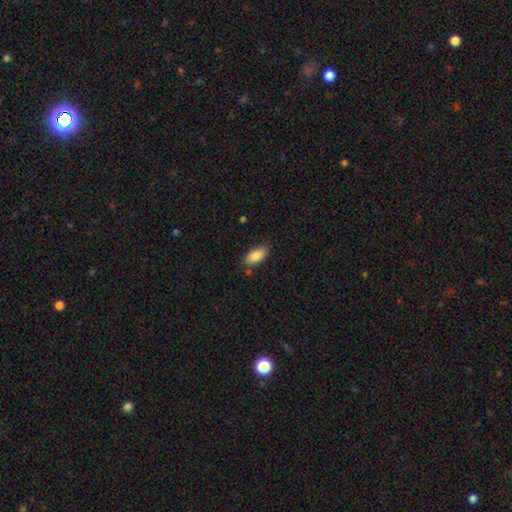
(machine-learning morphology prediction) This is clearly a smooth galaxy (86%). How rounded: clearly in between (93%). Merging: likely none (77%).